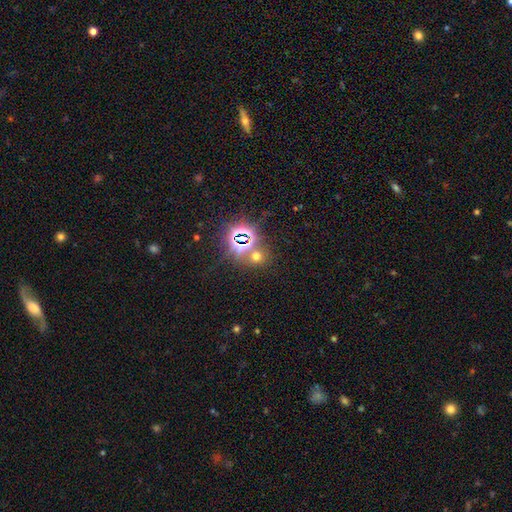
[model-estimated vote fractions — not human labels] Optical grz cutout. It shows a star or artifact, not a galaxy (53%).